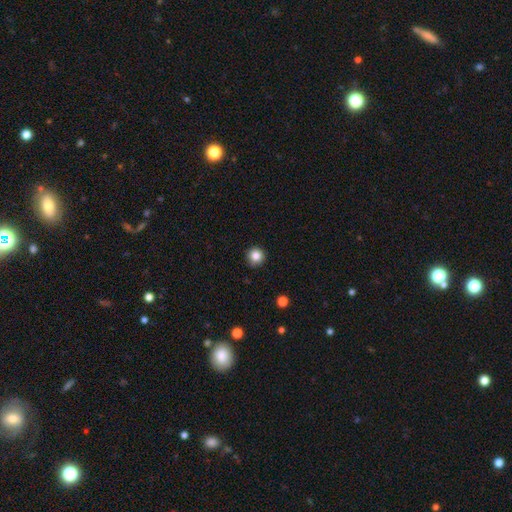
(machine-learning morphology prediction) Q: Smooth or featured?
A: smooth (84%); runner-up: star or artifact (11%)
Q: How rounded?
A: round (95%); runner-up: in between (4%)
Q: Merging?
A: none (91%); runner-up: minor disturbance (7%)